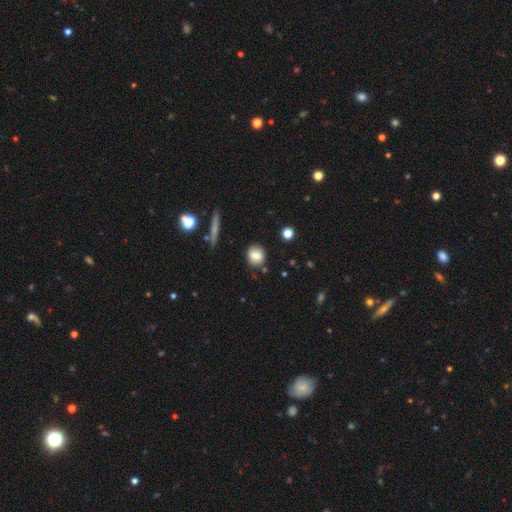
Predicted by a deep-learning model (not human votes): A smooth galaxy with no disk features (78%) that is round (77%). Merging: none (82%).